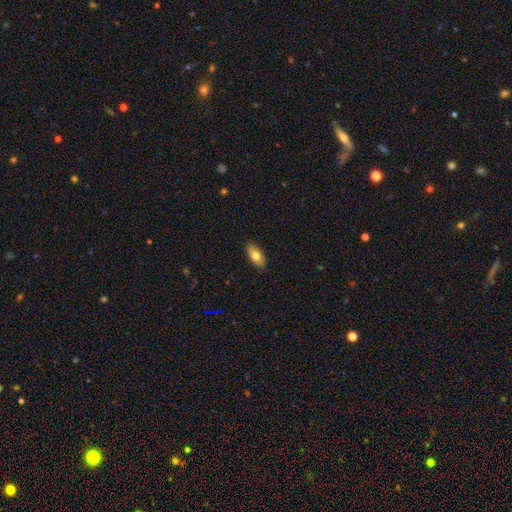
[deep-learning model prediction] smooth 77%, featured or disk 16%, star or artifact 7%. Down the decision tree: how rounded — in between (88%); merging — none (89%).